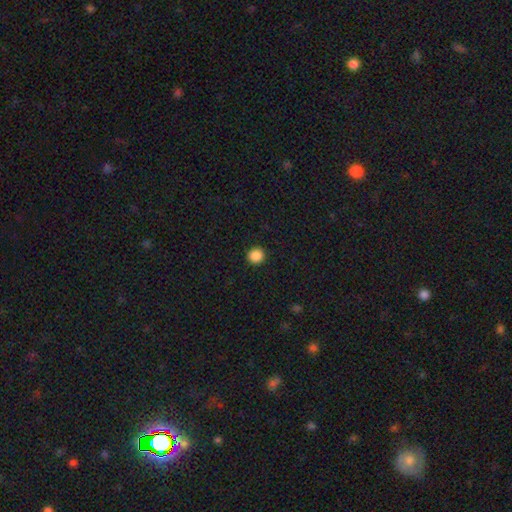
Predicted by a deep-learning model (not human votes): Smooth or featured: smooth — 88% (star or artifact — 10%)
How rounded: round — 94% (in between — 5%)
Merging: none — 93% (minor disturbance — 5%)